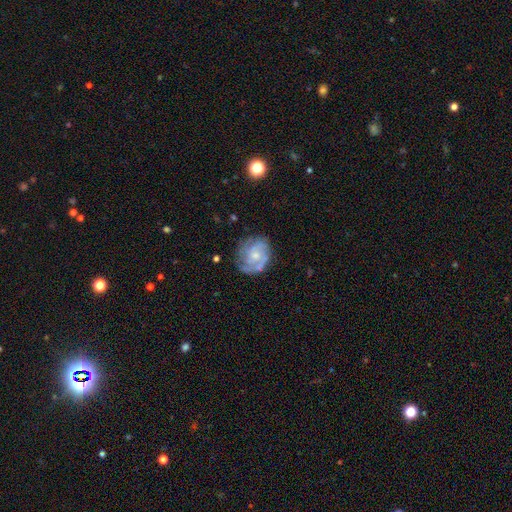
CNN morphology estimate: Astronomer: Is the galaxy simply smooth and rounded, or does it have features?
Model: featured or disk — 72%.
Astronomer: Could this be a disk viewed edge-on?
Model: no — 98%.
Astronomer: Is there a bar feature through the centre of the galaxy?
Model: no — 70%.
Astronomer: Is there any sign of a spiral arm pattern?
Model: yes — 87%.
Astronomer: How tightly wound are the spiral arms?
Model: tight — 51% (runner-up: medium, 36%).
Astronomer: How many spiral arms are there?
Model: can't tell — 34% (runner-up: 2, 24%).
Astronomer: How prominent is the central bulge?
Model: small — 53% (runner-up: moderate, 37%).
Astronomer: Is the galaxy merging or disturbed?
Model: none — 66%.